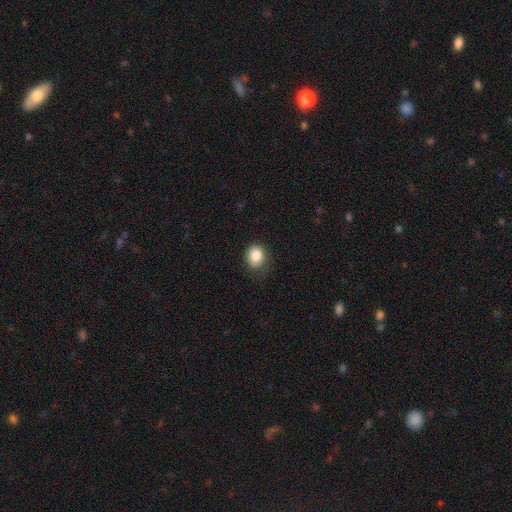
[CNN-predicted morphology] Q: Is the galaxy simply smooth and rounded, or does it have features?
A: smooth — 84%.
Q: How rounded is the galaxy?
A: round — 59%.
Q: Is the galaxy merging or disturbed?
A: none — 69%.